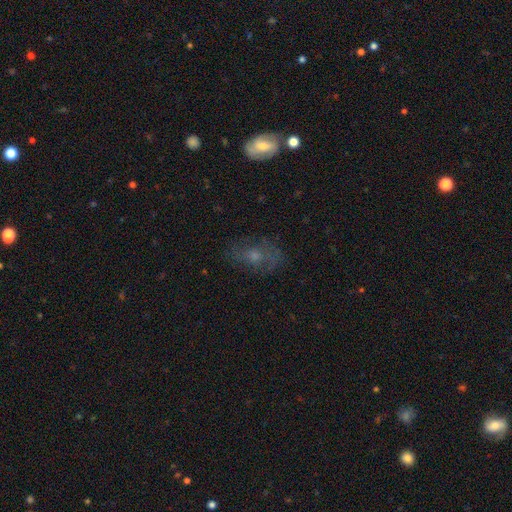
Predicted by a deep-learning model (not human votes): smooth_or_featured: featured or disk (p=0.44) [alt: smooth p=0.38]
merging: none (p=0.63) [alt: minor disturbance p=0.20]